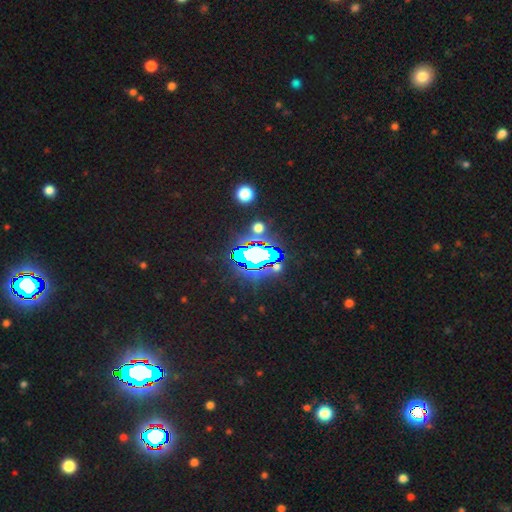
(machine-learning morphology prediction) This appears to be a star or artifact, not a galaxy (69%).